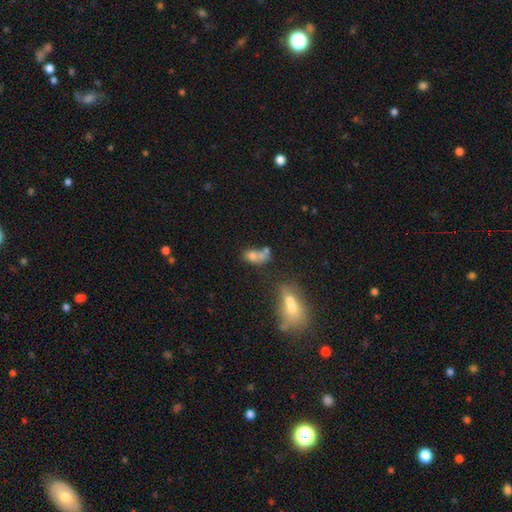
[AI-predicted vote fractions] Smooth or featured?
  - smooth: 65% *
  - featured or disk: 21%
  - star or artifact: 13%
How rounded?
  - in between: 74% *
  - round: 22%
  - cigar-shaped: 4%
Merging?
  - merger: 57% *
  - none: 22%
  - minor disturbance: 11%
  - major disturbance: 11%